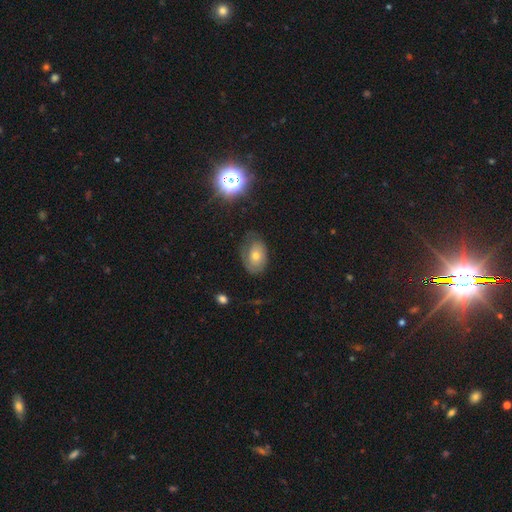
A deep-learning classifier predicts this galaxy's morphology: Q: Smooth or featured?
A: smooth (49%); runner-up: featured or disk (36%)
Q: Merging?
A: none (63%); runner-up: minor disturbance (25%)